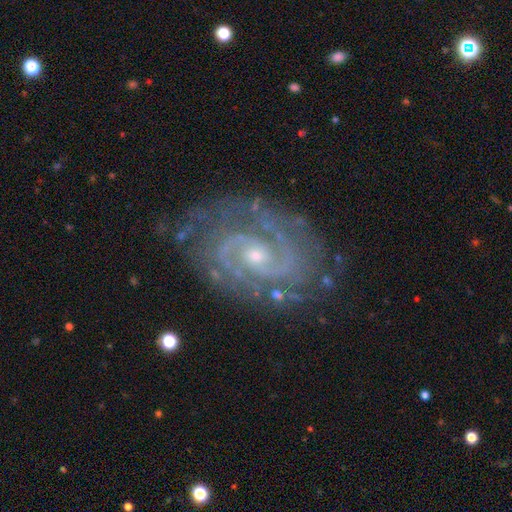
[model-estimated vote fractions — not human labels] Overall: featured or disk (91%). Edge-on disk: no (97%). Bar: no (58%; weak 32%). Spiral arms: yes (98%). Spiral arm count: 2 (76%). Spiral winding: tight (65%; medium 31%). Bulge size: small (65%; moderate 32%). Merging: none (78%).